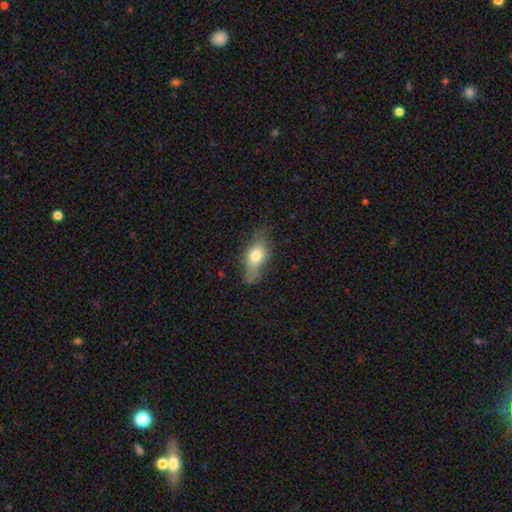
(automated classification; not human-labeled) smooth_or_featured: smooth (p=0.71) [alt: featured or disk p=0.21]
how_rounded: in between (p=0.81) [alt: cigar-shaped p=0.13]
merging: none (p=0.50) [alt: minor disturbance p=0.32]